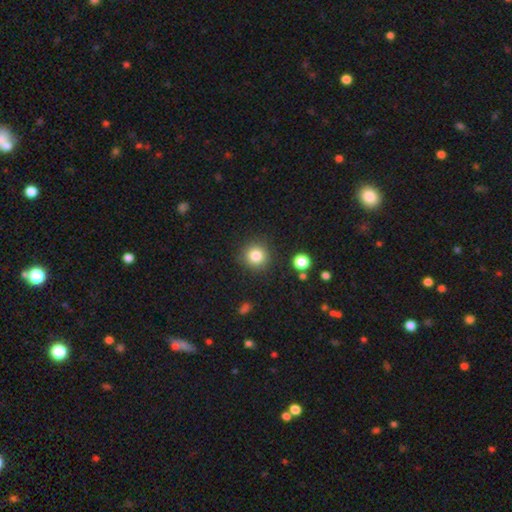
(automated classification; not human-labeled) Q: Smooth or featured?
A: smooth (82%); runner-up: star or artifact (12%)
Q: How rounded?
A: round (93%); runner-up: in between (6%)
Q: Merging?
A: none (88%); runner-up: minor disturbance (7%)